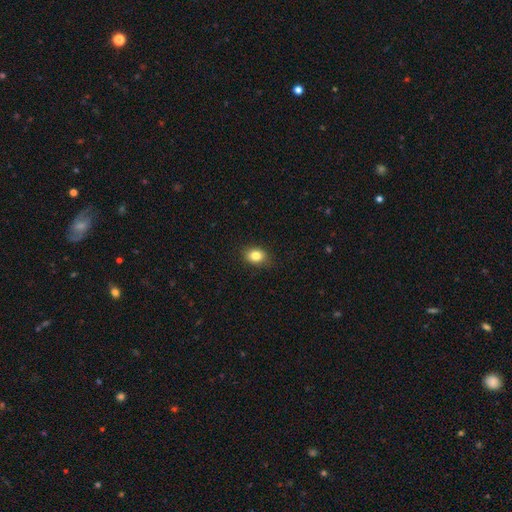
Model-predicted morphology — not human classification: smooth-or-featured: smooth: 83% | star or artifact: 10% | featured or disk: 7%
  how-rounded: in between: 65% | round: 34% | cigar-shaped: 1%
  merging: none: 85% | minor disturbance: 12% | major disturbance: 2% | merger: 1%